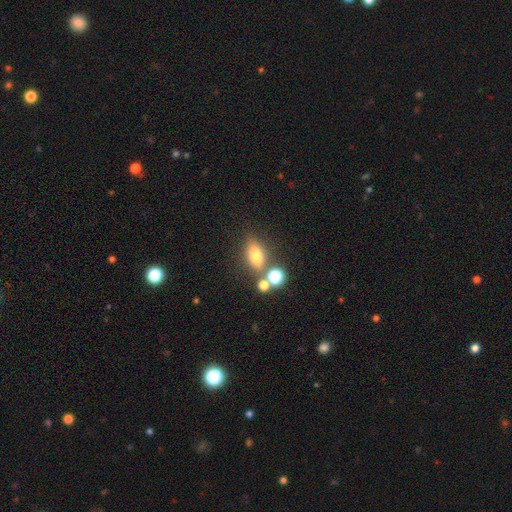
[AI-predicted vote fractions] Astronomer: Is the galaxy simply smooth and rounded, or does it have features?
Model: smooth — 70%.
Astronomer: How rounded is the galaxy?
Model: in between — 69%.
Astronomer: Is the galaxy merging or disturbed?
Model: none — 64%.